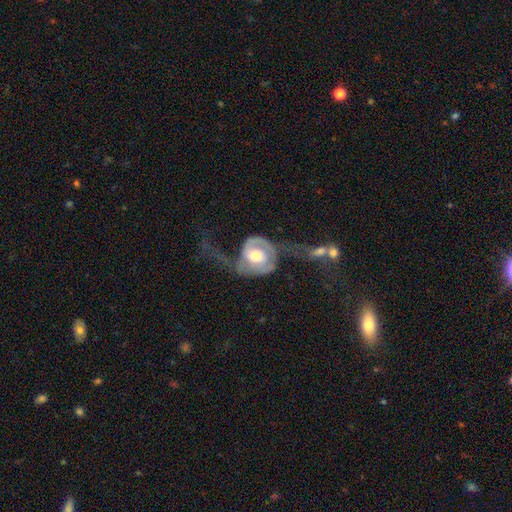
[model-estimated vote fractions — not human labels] This appears to be a featured or disk galaxy (70%) with no bar (64%), spiral arms (74%) and a moderate central bulge (63%). Merging: major disturbance (53%).